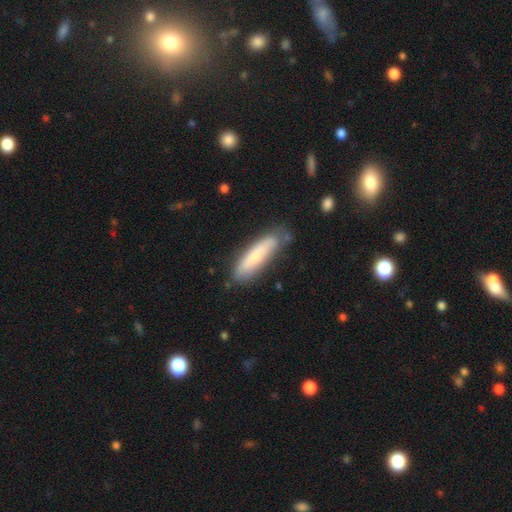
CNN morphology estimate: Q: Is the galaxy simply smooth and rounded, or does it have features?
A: smooth — 66%.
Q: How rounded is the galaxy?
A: cigar-shaped — 68%.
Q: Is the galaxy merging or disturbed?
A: none — 70%.